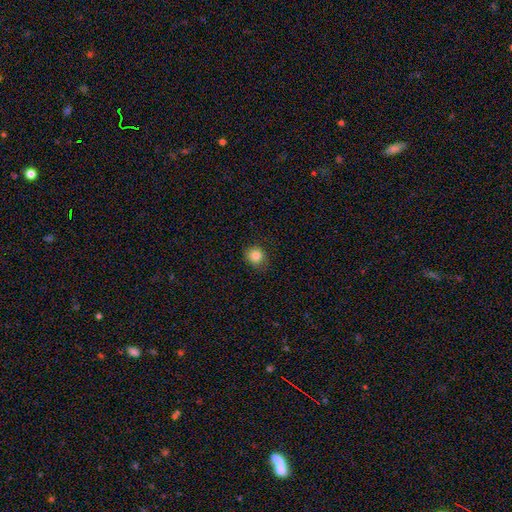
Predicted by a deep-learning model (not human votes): Smooth or featured? smooth (84%)
How rounded? round (84%)
Merging? none (81%)